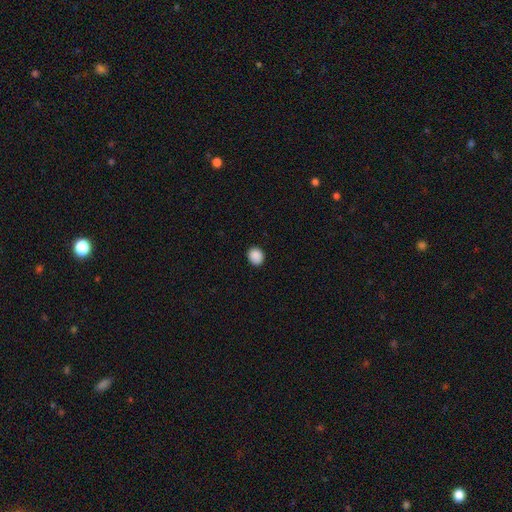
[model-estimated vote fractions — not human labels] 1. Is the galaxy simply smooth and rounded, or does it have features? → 89% smooth, 9% star or artifact, 2% featured or disk.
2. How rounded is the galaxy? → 68% round, 31% in between, 1% cigar-shaped.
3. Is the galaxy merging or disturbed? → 90% none, 7% minor disturbance, 2% major disturbance, 1% merger.